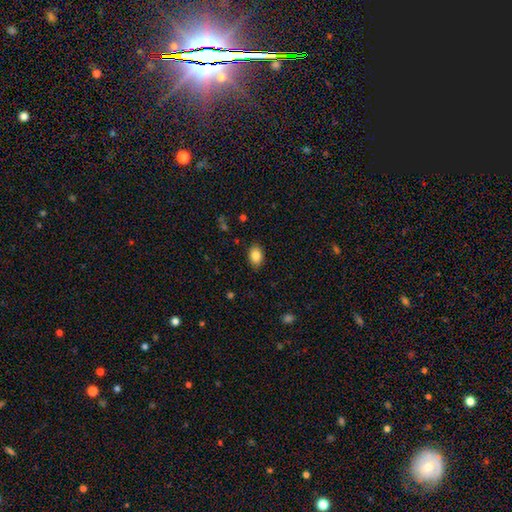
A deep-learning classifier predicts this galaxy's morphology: The model was most divided on "how rounded": in between: 80%, round: 19%, cigar-shaped: 1%. More confident: merging — none (87%); smooth or featured — smooth (86%).